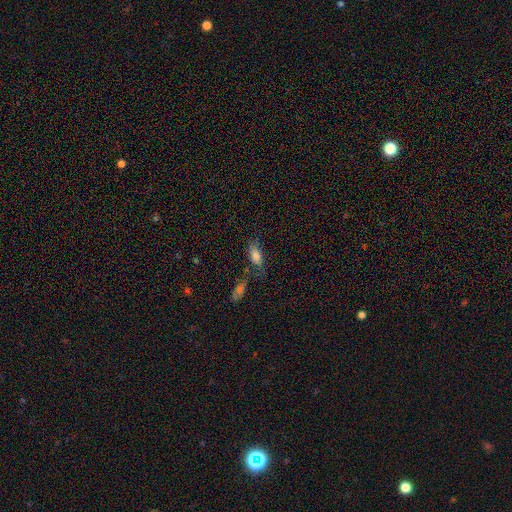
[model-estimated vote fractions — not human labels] Smooth or featured? Predicted: smooth (p=0.77). How rounded? Predicted: in between (p=0.83). Merging? Predicted: none (p=0.54).